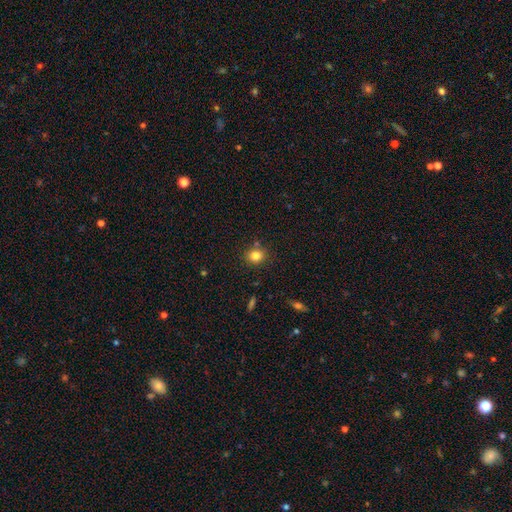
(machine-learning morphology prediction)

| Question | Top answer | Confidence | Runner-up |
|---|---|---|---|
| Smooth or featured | smooth | 81% | star or artifact (12%) |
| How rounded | round | 79% | in between (20%) |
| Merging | none | 82% | minor disturbance (10%) |